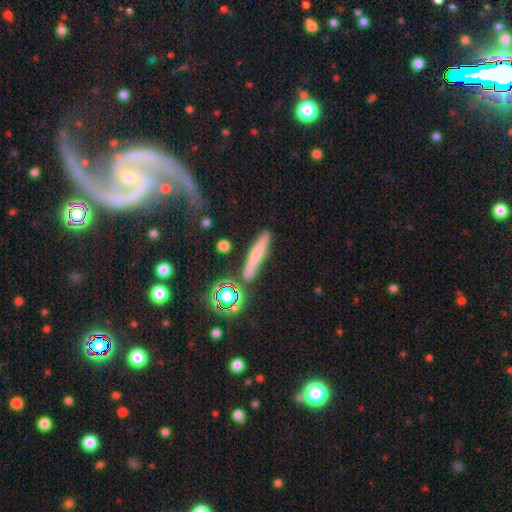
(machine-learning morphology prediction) Smooth or featured: smooth — 54% (featured or disk — 30%)
How rounded: cigar-shaped — 86% (in between — 8%)
Merging: none — 77% (minor disturbance — 13%)